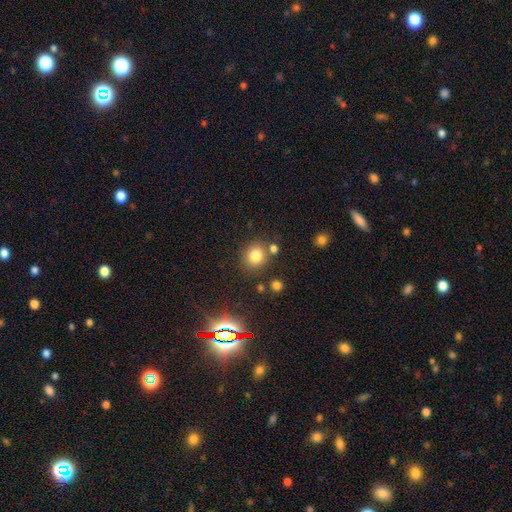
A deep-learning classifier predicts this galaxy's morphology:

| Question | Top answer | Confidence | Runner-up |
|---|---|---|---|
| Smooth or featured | smooth | 79% | star or artifact (15%) |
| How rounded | round | 82% | in between (17%) |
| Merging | none | 76% | merger (10%) |